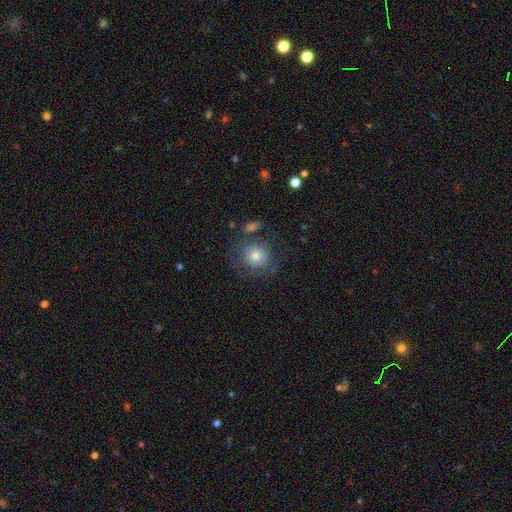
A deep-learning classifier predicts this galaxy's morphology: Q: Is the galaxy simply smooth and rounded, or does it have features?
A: smooth — 70%.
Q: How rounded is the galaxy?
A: round — 88%.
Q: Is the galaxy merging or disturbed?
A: none — 70%.